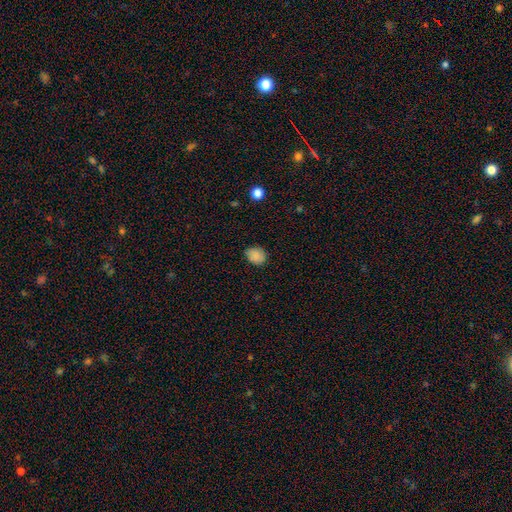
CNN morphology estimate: This appears to be a smooth galaxy with no disk features (86%) that is round (52%). Merging: none (74%).